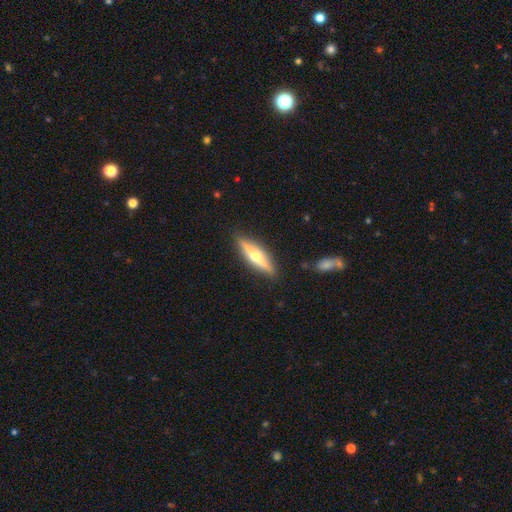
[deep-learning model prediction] Smooth or featured: featured or disk — 70% (smooth — 25%)
Edge-on disk: yes — 95% (no — 5%)
Edge-on bulge: rounded — 95% (none — 3%)
Merging: none — 88% (minor disturbance — 8%)